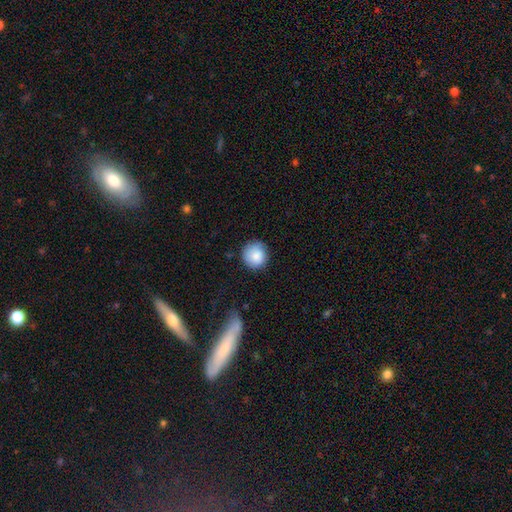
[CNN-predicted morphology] Smooth or featured?
  - smooth: 86% *
  - star or artifact: 8%
  - featured or disk: 7%
How rounded?
  - round: 91% *
  - in between: 8%
  - cigar-shaped: 1%
Merging?
  - none: 78% *
  - minor disturbance: 17%
  - major disturbance: 4%
  - merger: 2%